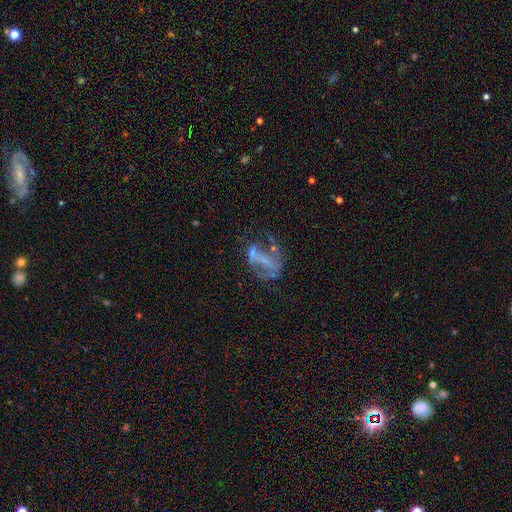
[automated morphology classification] Smooth or featured: featured or disk — 61% (smooth — 24%)
Edge-on disk: no — 96% (yes — 4%)
Bar: no — 47% (strong — 27%)
Spiral arms: no — 68% (yes — 32%)
Bulge size: none — 61% (small — 25%)
Merging: major disturbance — 39% (none — 31%)